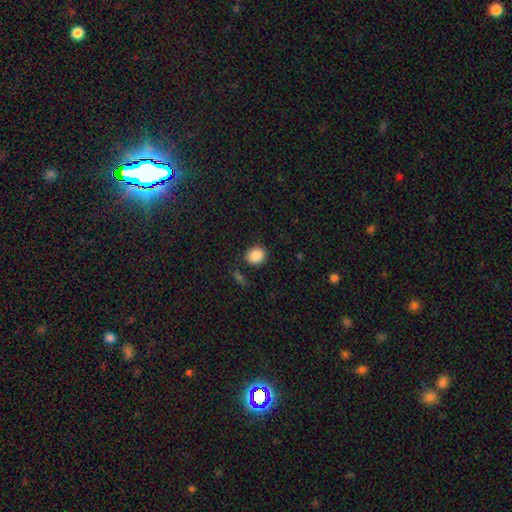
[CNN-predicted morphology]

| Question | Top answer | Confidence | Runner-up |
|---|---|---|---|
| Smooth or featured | smooth | 88% | star or artifact (9%) |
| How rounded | round | 73% | in between (26%) |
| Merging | none | 80% | minor disturbance (12%) |